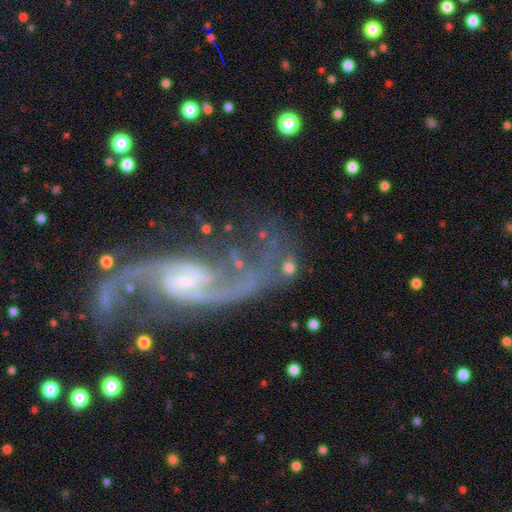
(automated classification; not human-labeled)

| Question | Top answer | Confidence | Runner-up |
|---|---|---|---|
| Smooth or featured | featured or disk | 92% | star or artifact (5%) |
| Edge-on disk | no | 96% | yes (4%) |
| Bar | no | 45% | weak (41%) |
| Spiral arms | yes | 98% | no (2%) |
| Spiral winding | loose | 64% | medium (30%) |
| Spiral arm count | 2 | 93% | can't tell (2%) |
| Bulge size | small | 59% | moderate (24%) |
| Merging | none | 69% | minor disturbance (15%) |